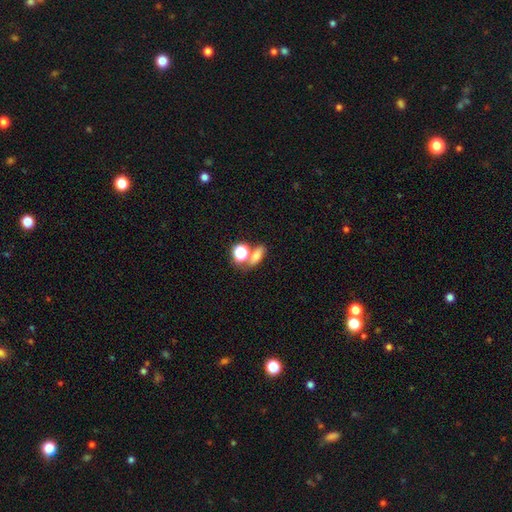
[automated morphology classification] A smooth galaxy with no disk features (70%) that is in between round and cigar-shaped (63%).

Vote fractions:
- Smooth or featured? smooth: 70% / star or artifact: 18% / featured or disk: 12%
- How rounded? in between: 63% / round: 26% / cigar-shaped: 11%
- Merging? none: 54% / merger: 29% / minor disturbance: 11% / major disturbance: 6%